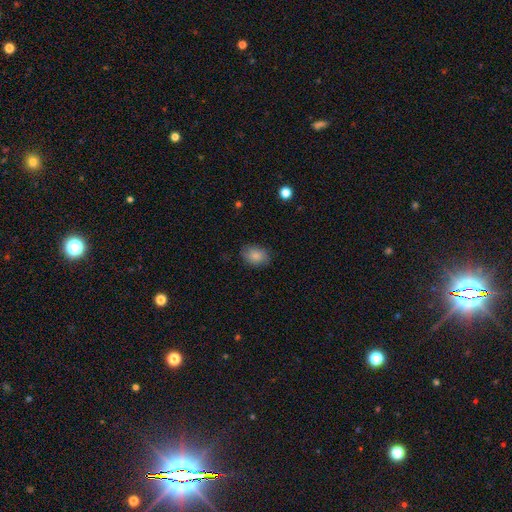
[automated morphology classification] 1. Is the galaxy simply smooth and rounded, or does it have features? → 85% smooth, 8% star or artifact, 7% featured or disk.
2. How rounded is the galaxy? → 73% in between, 26% round, 1% cigar-shaped.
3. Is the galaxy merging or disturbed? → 80% none, 16% minor disturbance, 4% major disturbance, 1% merger.